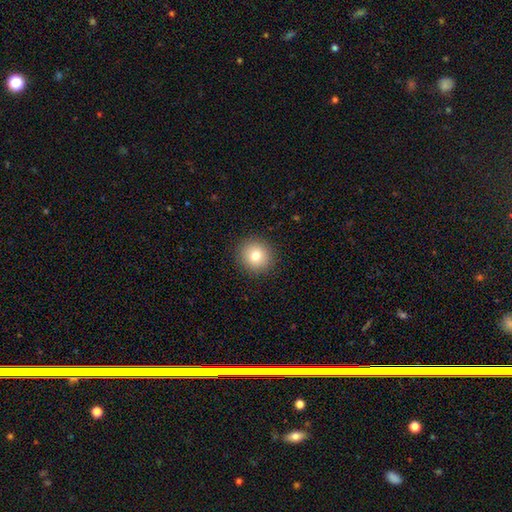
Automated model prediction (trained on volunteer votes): Q: Smooth or featured?
A: smooth (78%); runner-up: star or artifact (12%)
Q: How rounded?
A: round (92%); runner-up: in between (7%)
Q: Merging?
A: none (91%); runner-up: minor disturbance (6%)